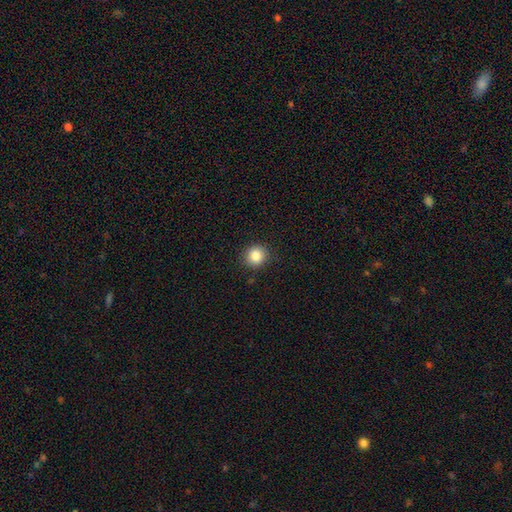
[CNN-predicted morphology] Smooth or featured? Predicted: smooth (p=0.85). How rounded? Predicted: round (p=0.89). Merging? Predicted: none (p=0.89).